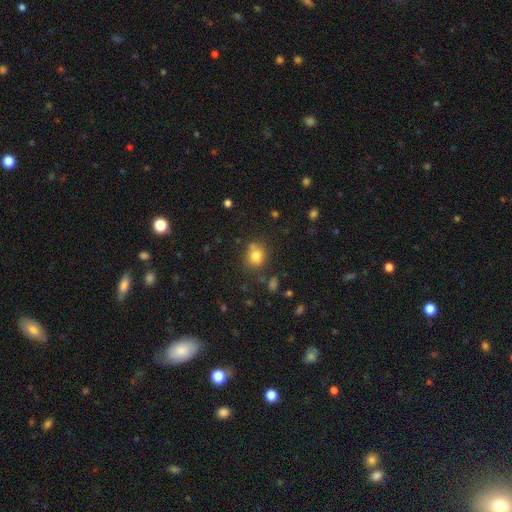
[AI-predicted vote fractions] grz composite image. It shows a smooth galaxy with no disk features (79%) that is round (72%). Merging: none (70%).